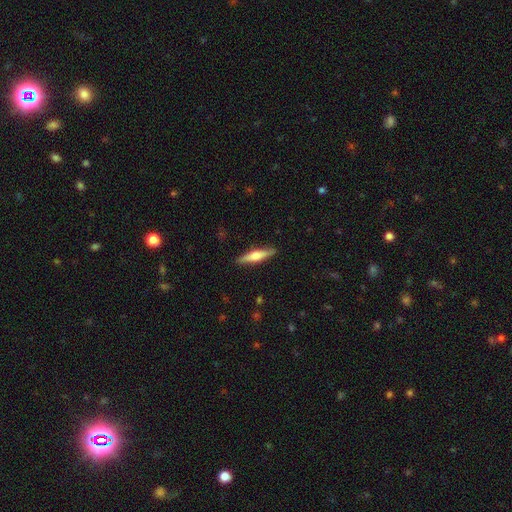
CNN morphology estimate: The model was most divided on "smooth or featured": featured or disk: 51%, smooth: 44%, star or artifact: 6%. More confident: edge-on disk — yes (95%); merging — none (89%).